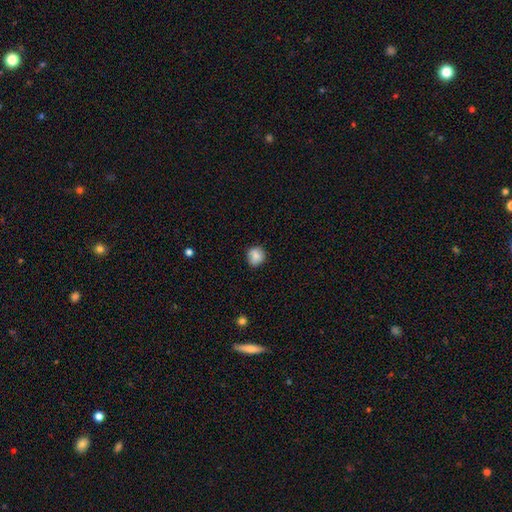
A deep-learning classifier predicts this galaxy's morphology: This appears to be a smooth galaxy with no disk features (83%) that is round (88%). Merging: none (84%).